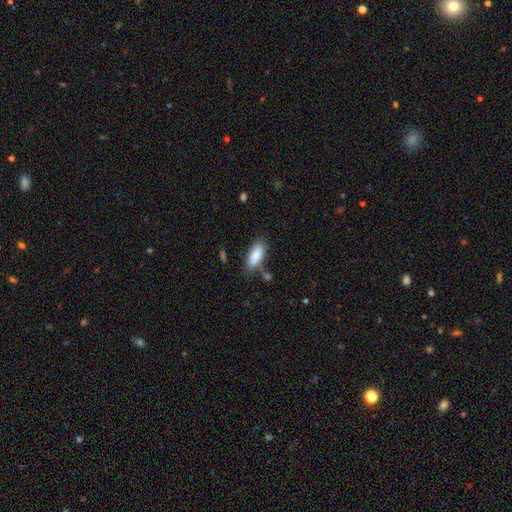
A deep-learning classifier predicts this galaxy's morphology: smooth_or_featured: smooth (p=0.87) [alt: featured or disk p=0.07]
how_rounded: in between (p=0.81) [alt: cigar-shaped p=0.18]
merging: none (p=0.71) [alt: minor disturbance p=0.17]